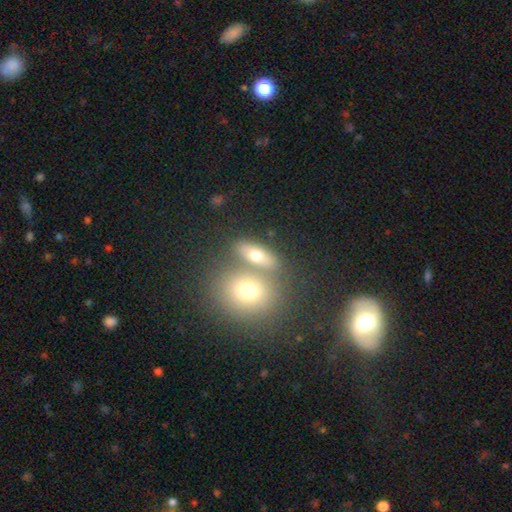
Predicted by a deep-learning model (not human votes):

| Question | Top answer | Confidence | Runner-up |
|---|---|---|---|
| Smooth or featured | smooth | 69% | featured or disk (20%) |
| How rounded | in between | 61% | round (28%) |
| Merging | none | 53% | merger (33%) |